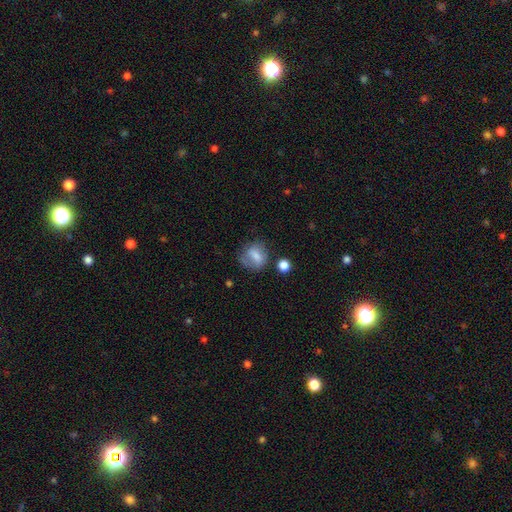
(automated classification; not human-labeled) Q: Smooth or featured?
A: smooth (67%); runner-up: featured or disk (23%)
Q: How rounded?
A: round (55%); runner-up: in between (43%)
Q: Merging?
A: none (54%); runner-up: minor disturbance (25%)